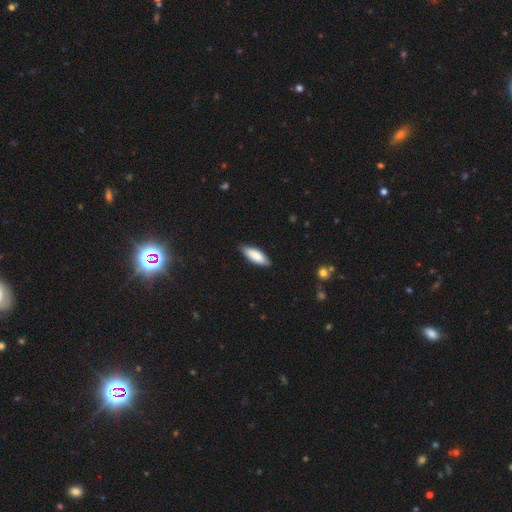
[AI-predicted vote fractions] Smooth or featured?
  - smooth: 85% *
  - featured or disk: 10%
  - star or artifact: 5%
How rounded?
  - in between: 69% *
  - cigar-shaped: 29%
  - round: 2%
Merging?
  - none: 85% *
  - minor disturbance: 12%
  - major disturbance: 2%
  - merger: 1%